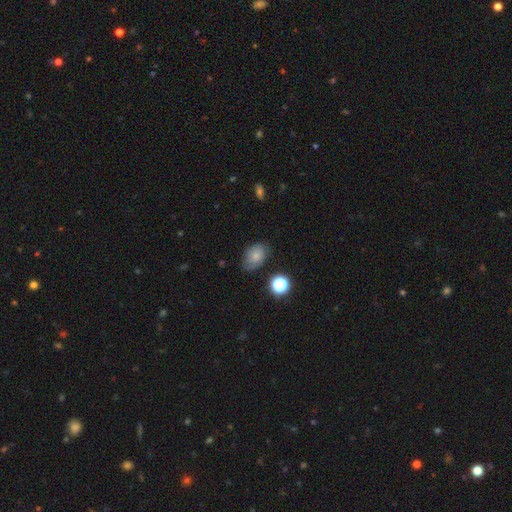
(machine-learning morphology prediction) Smooth or featured? Predicted: smooth (p=0.60). How rounded? Predicted: in between (p=0.75). Merging? Predicted: none (p=0.65).